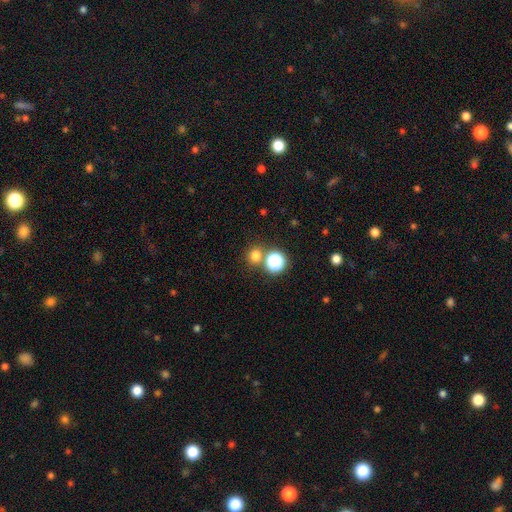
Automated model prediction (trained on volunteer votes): Smooth or featured? smooth (71%)
How rounded? round (86%)
Merging? none (72%)